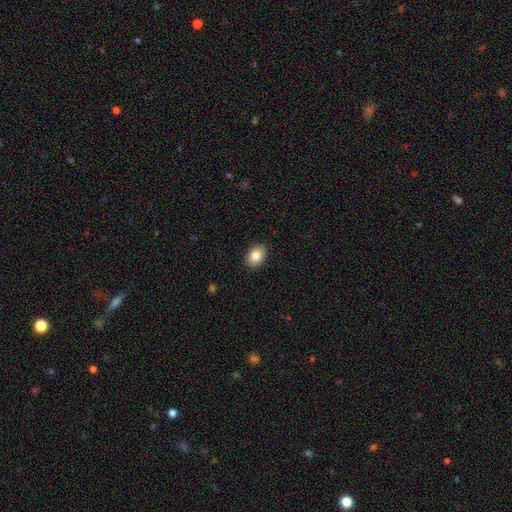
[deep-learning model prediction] This is clearly a smooth galaxy (86%). How rounded: likely in between (77%). Merging: clearly none (89%).